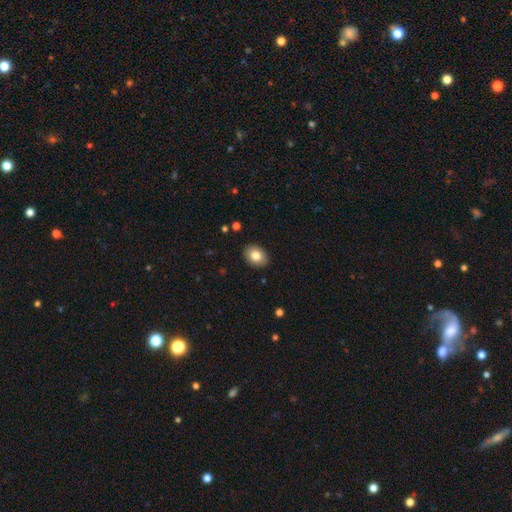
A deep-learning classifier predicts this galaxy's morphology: Smooth or featured? smooth (82%)
How rounded? in between (68%)
Merging? none (89%)